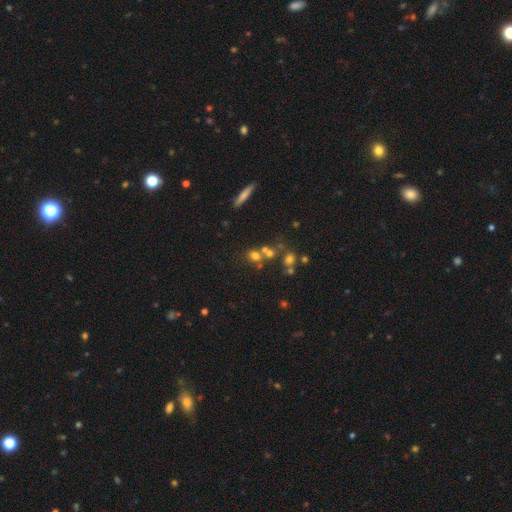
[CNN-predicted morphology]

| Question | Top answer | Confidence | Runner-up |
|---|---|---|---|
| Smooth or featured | smooth | 60% | star or artifact (22%) |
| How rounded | round | 74% | in between (23%) |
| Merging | none | 48% | merger (38%) |